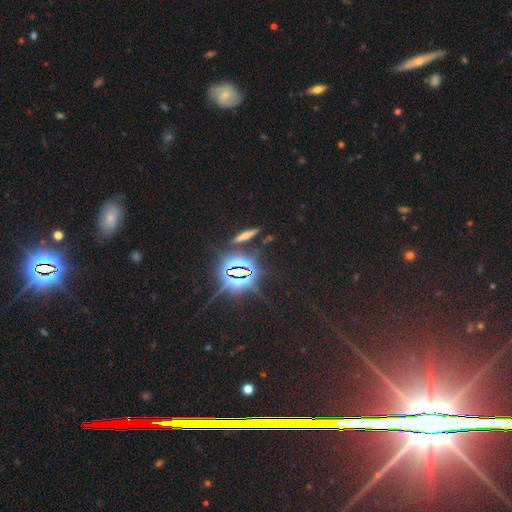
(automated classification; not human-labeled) Smooth or featured: star or artifact — 80% (smooth — 10%)